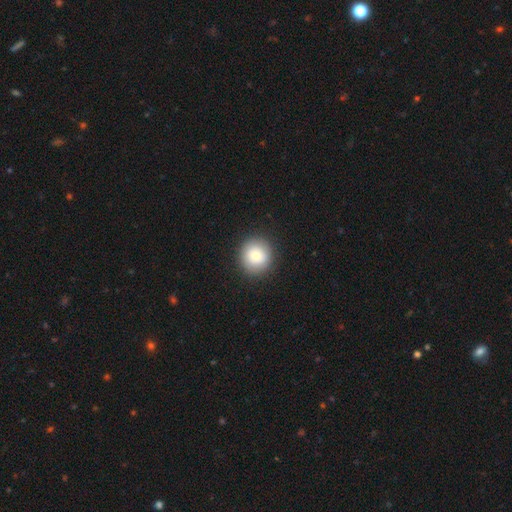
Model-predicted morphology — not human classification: type=smooth (77%); roundness=round (92%); merging=none (90%).